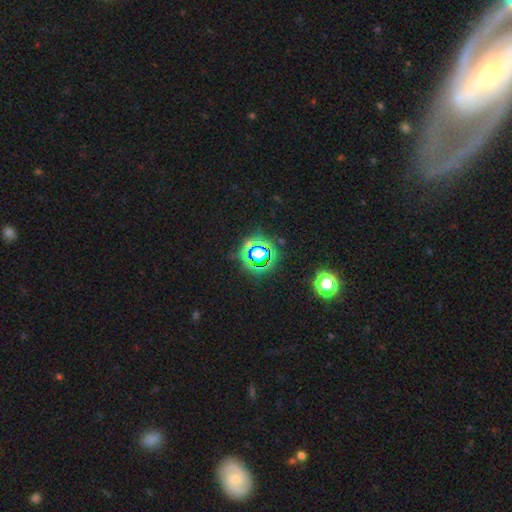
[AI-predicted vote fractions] The model was most divided on "smooth or featured": star or artifact: 66%, smooth: 24%, featured or disk: 11%.